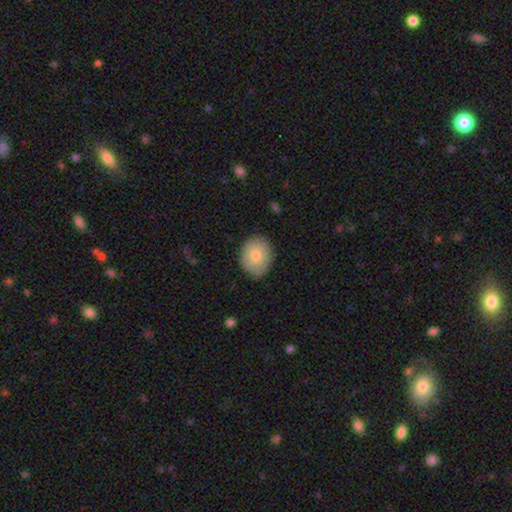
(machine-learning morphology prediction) Smooth or featured? smooth (77%)
How rounded? round (54%)
Merging? none (81%)